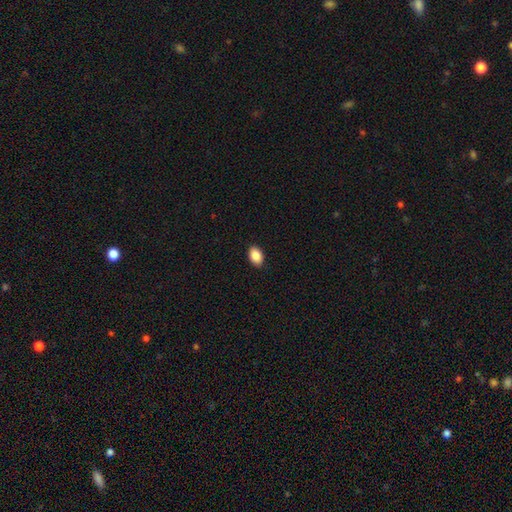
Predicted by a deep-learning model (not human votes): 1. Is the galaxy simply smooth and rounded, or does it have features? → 88% smooth, 7% star or artifact, 4% featured or disk.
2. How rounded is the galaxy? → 87% in between, 12% round, 1% cigar-shaped.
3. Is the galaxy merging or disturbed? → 91% none, 7% minor disturbance, 2% major disturbance, 1% merger.